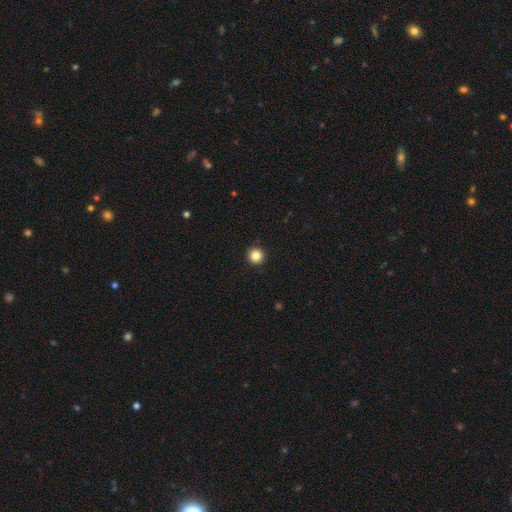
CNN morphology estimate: Smooth or featured? smooth (85%)
How rounded? round (96%)
Merging? none (93%)